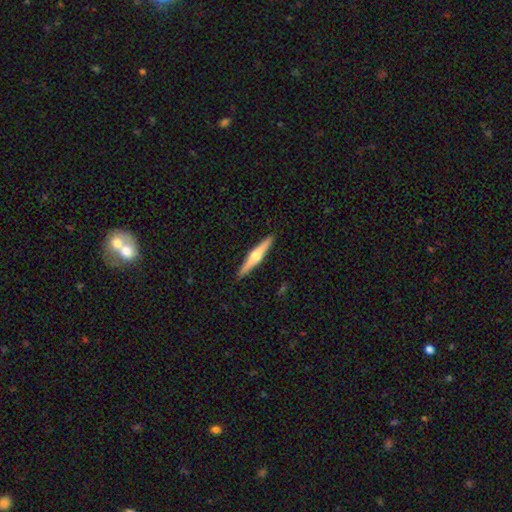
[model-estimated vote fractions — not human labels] Overall: featured or disk (65%; smooth 30%). Edge-on disk: yes (97%). Edge-on bulge: rounded (93%). Merging: none (91%).